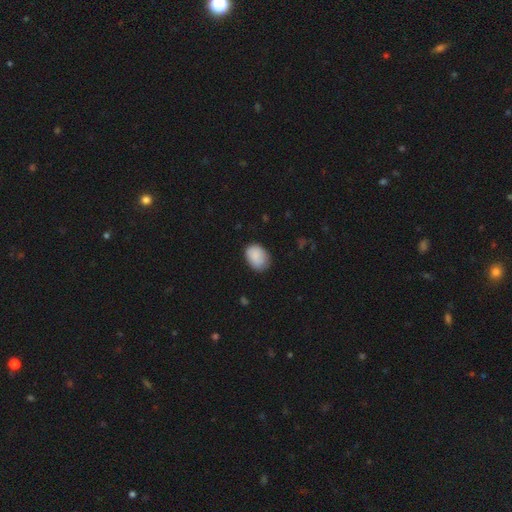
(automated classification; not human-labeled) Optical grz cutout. It shows a smooth galaxy with no disk features (87%) that is in between round and cigar-shaped (72%). Merging: none (74%).